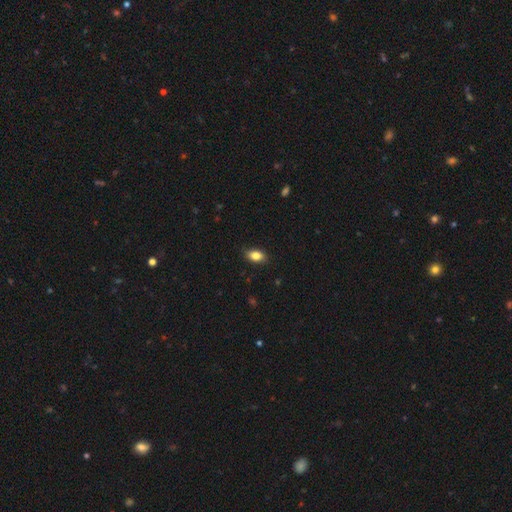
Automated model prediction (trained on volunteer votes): Smooth or featured? Predicted: smooth (p=0.84). How rounded? Predicted: in between (p=0.86). Merging? Predicted: none (p=0.83).